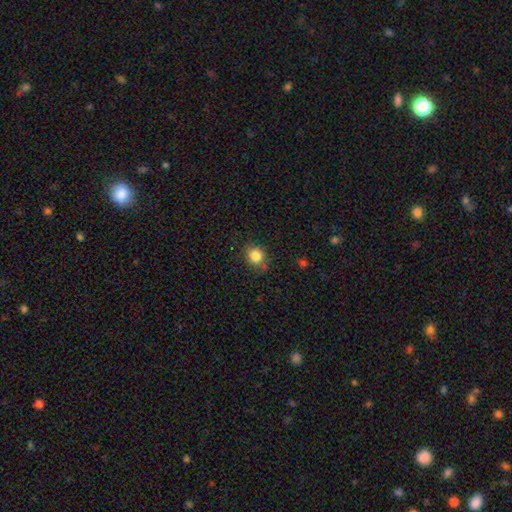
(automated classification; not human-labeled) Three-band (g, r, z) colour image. It shows a smooth galaxy with no disk features (83%) that is round (77%). Merging: none (81%).